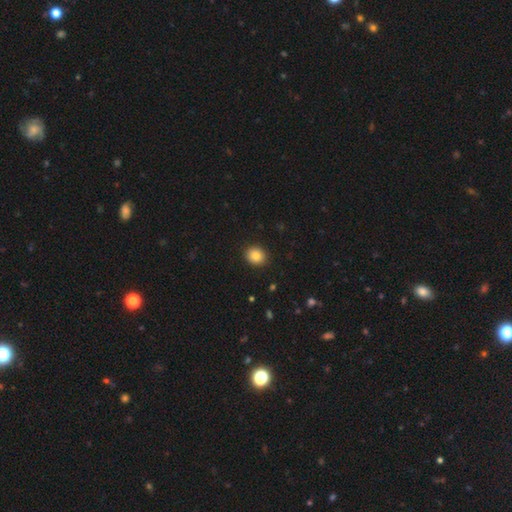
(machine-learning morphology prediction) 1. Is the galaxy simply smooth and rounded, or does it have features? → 84% smooth, 10% star or artifact, 6% featured or disk.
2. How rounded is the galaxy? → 71% round, 28% in between, 1% cigar-shaped.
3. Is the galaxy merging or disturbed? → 91% none, 6% minor disturbance, 2% major disturbance, 1% merger.